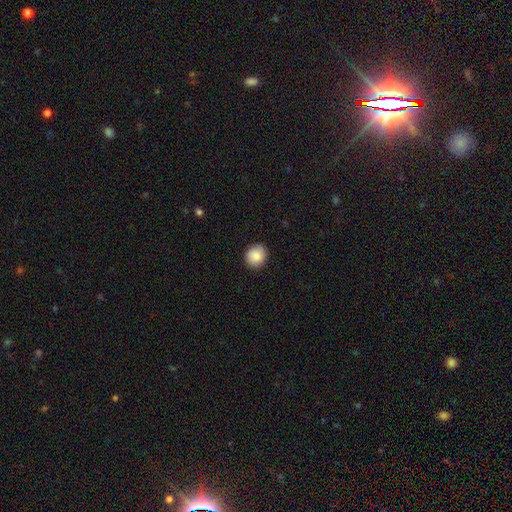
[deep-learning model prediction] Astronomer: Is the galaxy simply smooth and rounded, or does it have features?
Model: smooth — 88%.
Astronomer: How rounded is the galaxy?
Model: round — 82%.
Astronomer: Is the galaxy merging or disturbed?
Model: none — 89%.